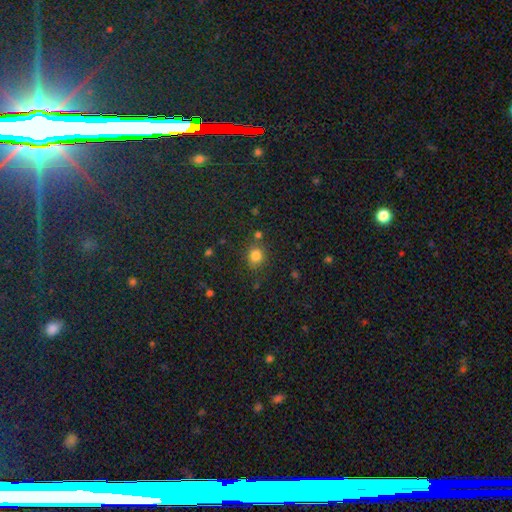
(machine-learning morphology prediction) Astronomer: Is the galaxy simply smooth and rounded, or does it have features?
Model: smooth — 80%.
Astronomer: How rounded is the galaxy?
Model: round — 76%.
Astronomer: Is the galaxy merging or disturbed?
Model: none — 76%.